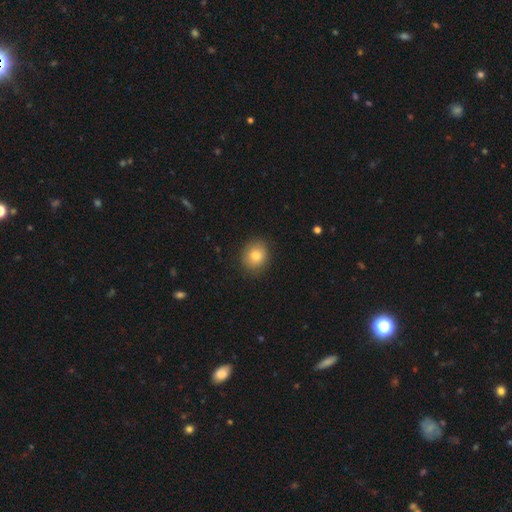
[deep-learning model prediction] smooth-or-featured: smooth: 82% | star or artifact: 10% | featured or disk: 8%
  how-rounded: round: 65% | in between: 34% | cigar-shaped: 1%
  merging: none: 88% | minor disturbance: 9% | major disturbance: 2% | merger: 1%